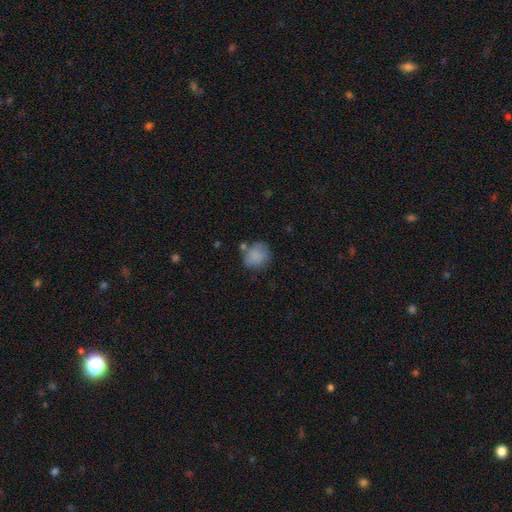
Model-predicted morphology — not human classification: smooth_or_featured: smooth (p=0.81) [alt: featured or disk p=0.09]
how_rounded: round (p=0.73) [alt: in between p=0.26]
merging: none (p=0.62) [alt: minor disturbance p=0.22]